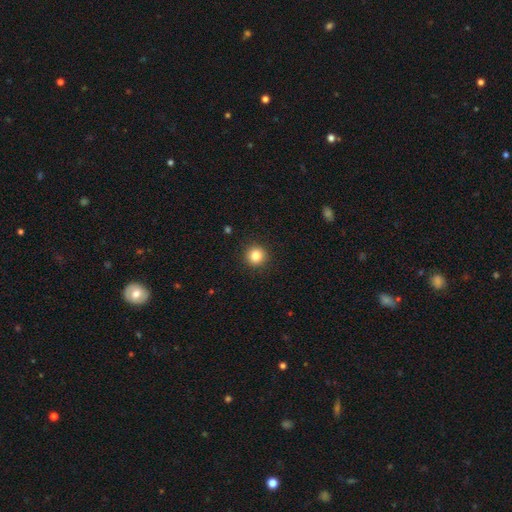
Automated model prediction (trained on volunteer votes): smooth 84%, star or artifact 11%, featured or disk 5%. Down the decision tree: how rounded — round (93%); merging — none (92%).